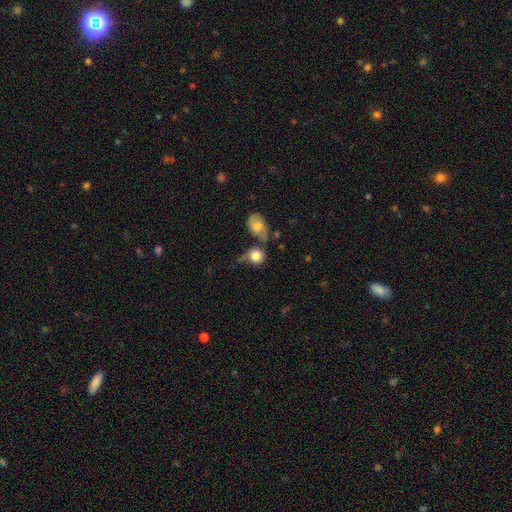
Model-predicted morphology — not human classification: smooth-or-featured: smooth: 77% | featured or disk: 15% | star or artifact: 8%
  how-rounded: round: 80% | in between: 19% | cigar-shaped: 1%
  merging: merger: 36% | none: 33% | minor disturbance: 17% | major disturbance: 14%